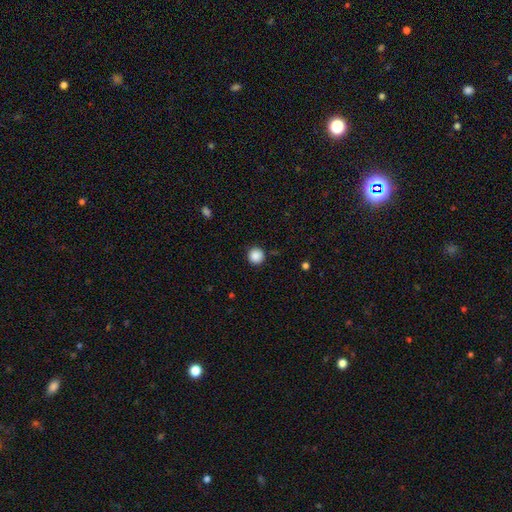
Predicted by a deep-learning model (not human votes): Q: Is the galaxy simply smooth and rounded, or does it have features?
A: smooth — 87%.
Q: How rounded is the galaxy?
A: round — 95%.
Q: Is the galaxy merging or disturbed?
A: none — 89%.